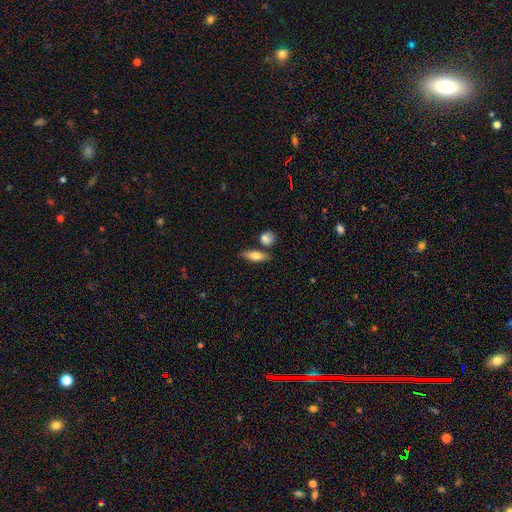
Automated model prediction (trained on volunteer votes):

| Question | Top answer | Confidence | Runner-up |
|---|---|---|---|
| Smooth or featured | smooth | 68% | featured or disk (26%) |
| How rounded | in between | 58% | cigar-shaped (38%) |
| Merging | none | 74% | minor disturbance (12%) |